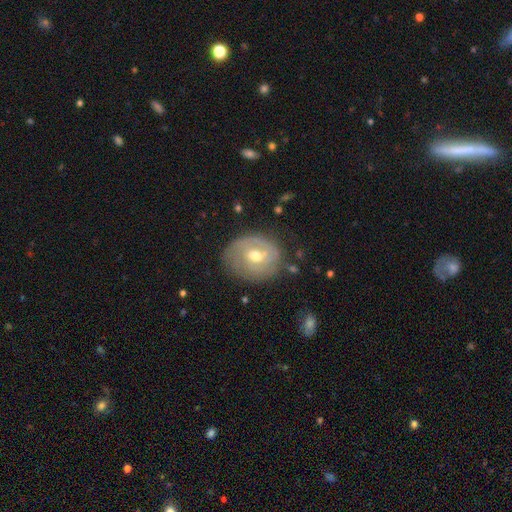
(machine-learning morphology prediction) Overall: featured or disk (68%). Edge-on disk: no (96%). Bar: no (50%; weak 42%). Spiral arms: yes (78%). Spiral arm count: 2 (41%; can't tell 33%). Spiral winding: tight (61%; medium 28%). Bulge size: moderate (72%). Merging: none (73%).